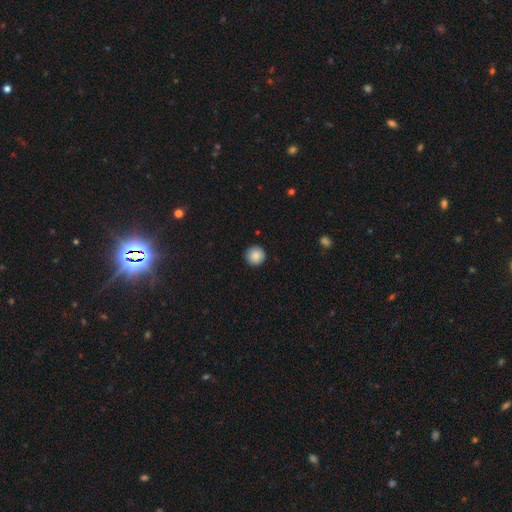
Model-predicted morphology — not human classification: This is clearly a smooth galaxy (88%). How rounded: clearly round (96%). Merging: clearly none (91%).